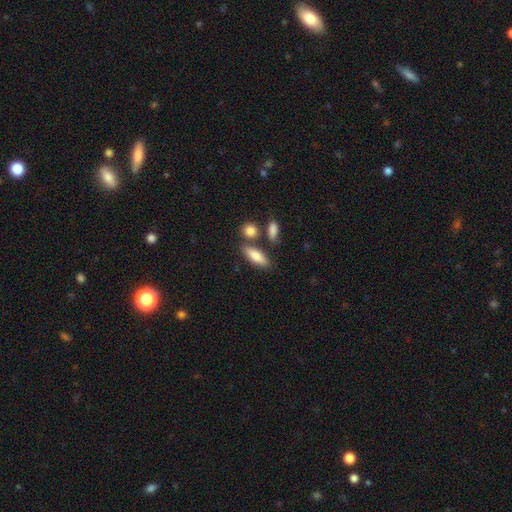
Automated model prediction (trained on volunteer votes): Smooth or featured? Predicted: smooth (p=0.78). How rounded? Predicted: in between (p=0.60). Merging? Predicted: none (p=0.71).